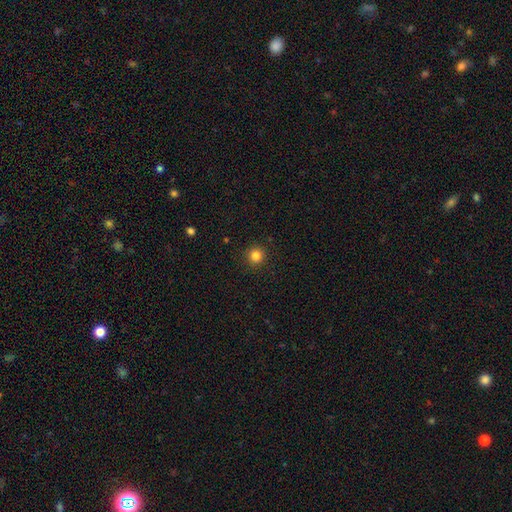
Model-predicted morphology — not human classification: Overall: smooth (83%). How rounded: round (94%). Merging: none (92%).